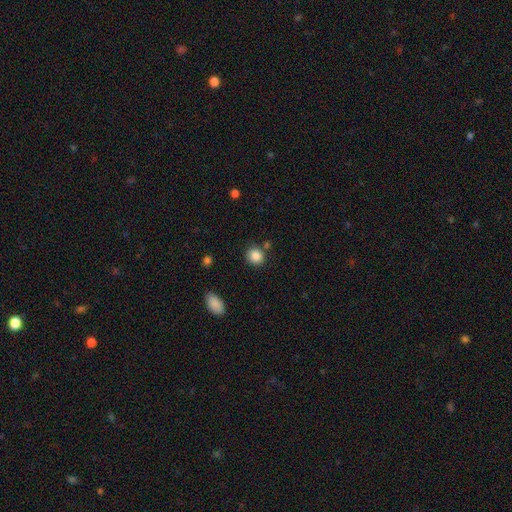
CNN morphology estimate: This is clearly a smooth galaxy (86%). How rounded: likely round (80%). Merging: likely none (78%).